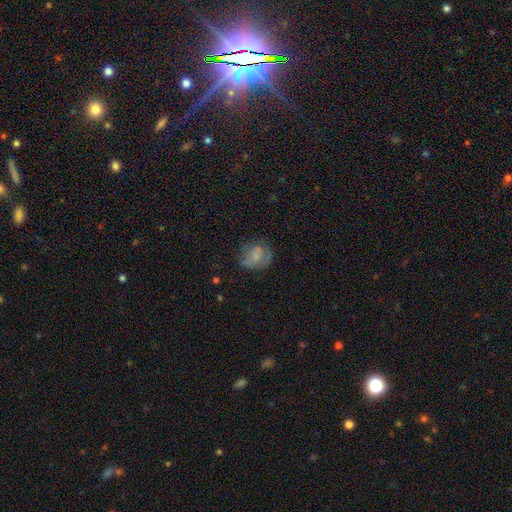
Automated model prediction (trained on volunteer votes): A smooth galaxy with no disk features (54%) that is round (65%).

Vote fractions:
- Smooth or featured? smooth: 54% / featured or disk: 34% / star or artifact: 11%
- How rounded? round: 65% / in between: 33% / cigar-shaped: 1%
- Merging? none: 48% / minor disturbance: 26% / major disturbance: 21% / merger: 5%